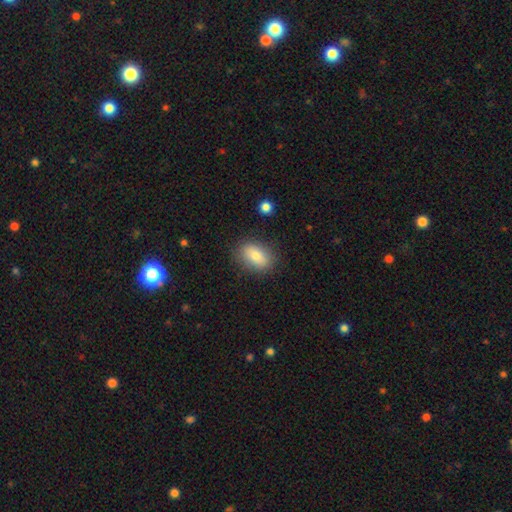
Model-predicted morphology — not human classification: This appears to be a smooth galaxy with no disk features (78%) that is in between round and cigar-shaped (85%). Merging: none (83%).